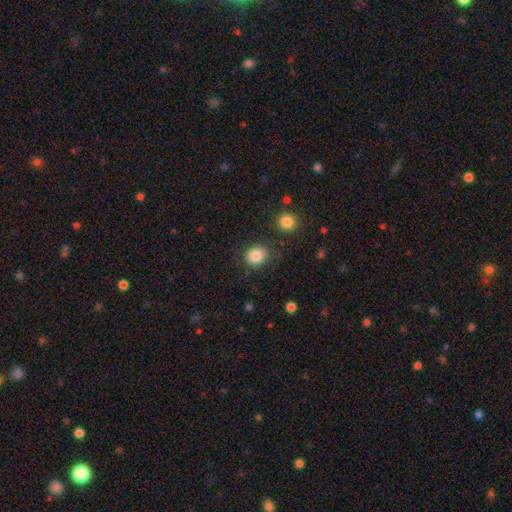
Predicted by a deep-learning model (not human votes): This is clearly a smooth galaxy (86%). How rounded: likely round (71%). Merging: likely none (79%).